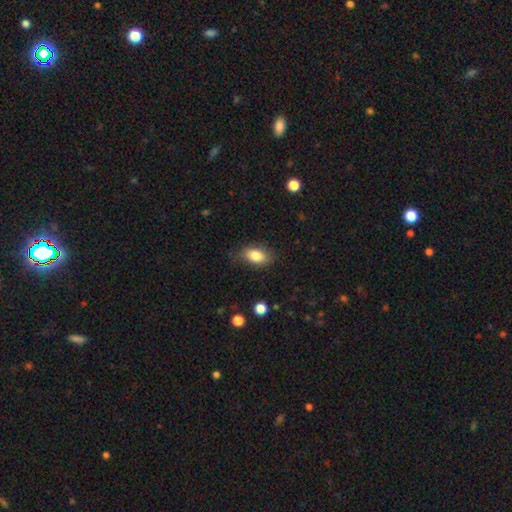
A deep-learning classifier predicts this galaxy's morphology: smooth-or-featured: smooth: 84% | featured or disk: 9% | star or artifact: 7%
  how-rounded: in between: 89% | round: 7% | cigar-shaped: 3%
  merging: none: 81% | minor disturbance: 14% | major disturbance: 4% | merger: 1%